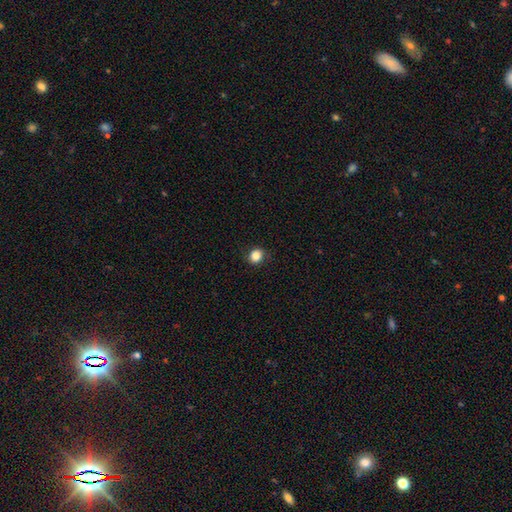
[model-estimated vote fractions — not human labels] smooth_or_featured: smooth (p=0.84) [alt: star or artifact p=0.11]
how_rounded: round (p=0.80) [alt: in between p=0.19]
merging: none (p=0.87) [alt: minor disturbance p=0.10]